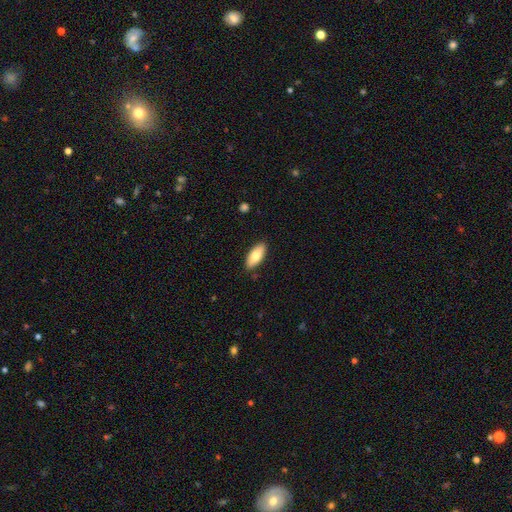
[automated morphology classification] Q: Smooth or featured?
A: smooth (76%); runner-up: featured or disk (18%)
Q: How rounded?
A: in between (85%); runner-up: cigar-shaped (13%)
Q: Merging?
A: none (88%); runner-up: minor disturbance (9%)